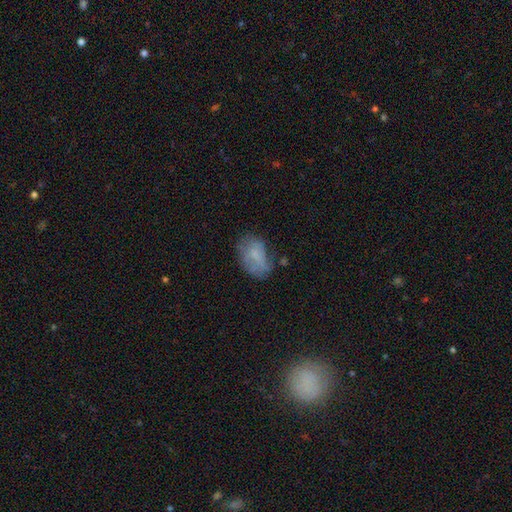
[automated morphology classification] smooth_or_featured: smooth (p=0.61) [alt: featured or disk p=0.28]
how_rounded: in between (p=0.87) [alt: round p=0.11]
merging: none (p=0.48) [alt: minor disturbance p=0.30]